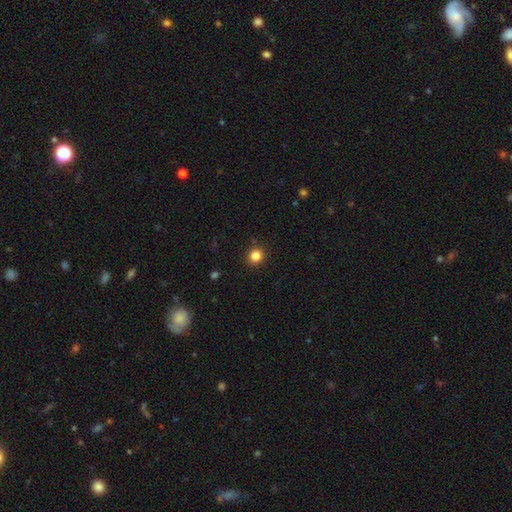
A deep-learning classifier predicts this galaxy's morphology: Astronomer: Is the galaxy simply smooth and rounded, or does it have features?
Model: smooth — 84%.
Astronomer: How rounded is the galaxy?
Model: round — 90%.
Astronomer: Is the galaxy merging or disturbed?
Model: none — 91%.